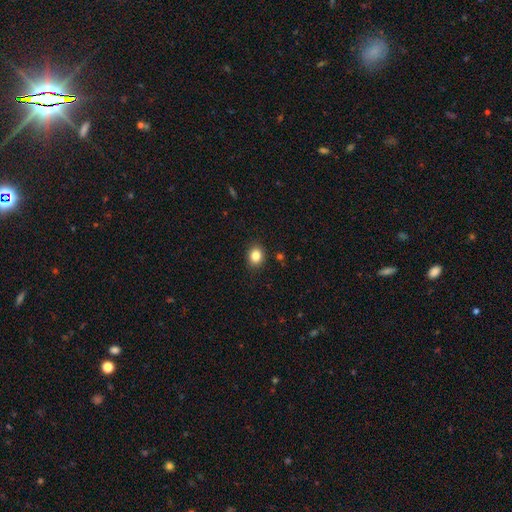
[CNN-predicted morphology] A smooth galaxy with no disk features (84%) that is round (59%).

Vote fractions:
- Smooth or featured? smooth: 84% / star or artifact: 11% / featured or disk: 6%
- How rounded? round: 59% / in between: 41% / cigar-shaped: 1%
- Merging? none: 89% / minor disturbance: 8% / major disturbance: 2% / merger: 1%